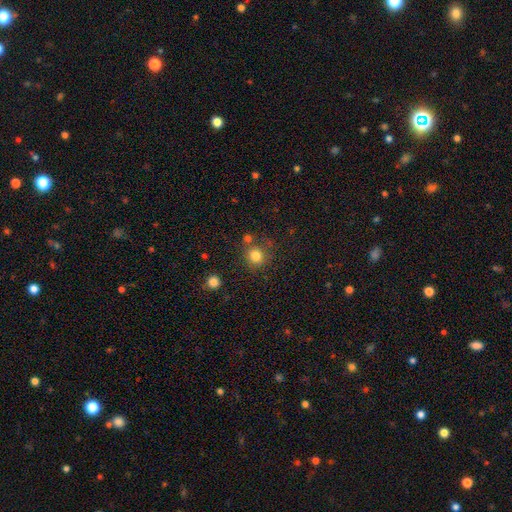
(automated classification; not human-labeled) Smooth or featured? Predicted: smooth (p=0.81). How rounded? Predicted: round (p=0.90). Merging? Predicted: none (p=0.74).